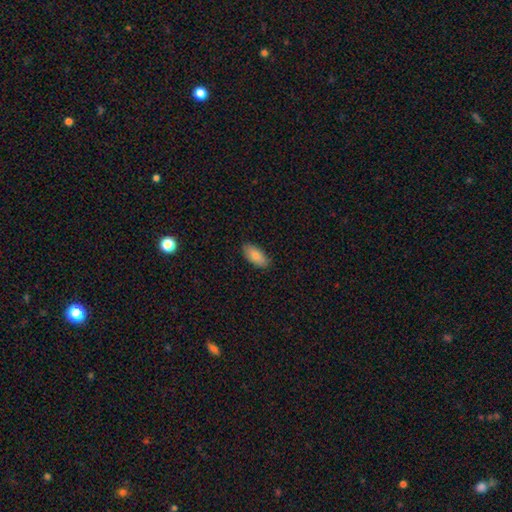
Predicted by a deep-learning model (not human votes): smooth 86%, featured or disk 8%, star or artifact 6%. Down the decision tree: how rounded — in between (91%); merging — none (85%).